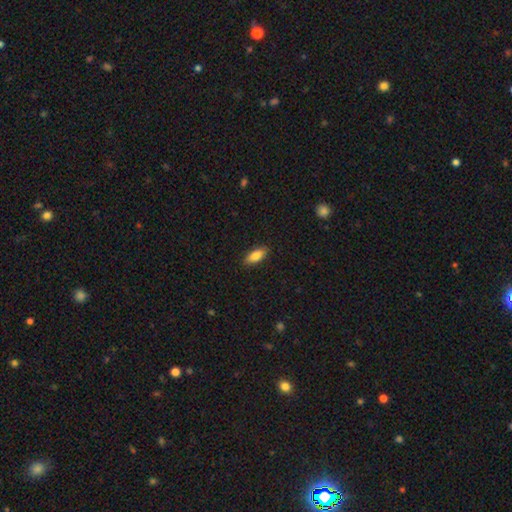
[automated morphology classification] smooth_or_featured: smooth (p=0.82) [alt: featured or disk p=0.11]
how_rounded: in between (p=0.79) [alt: cigar-shaped p=0.19]
merging: none (p=0.88) [alt: minor disturbance p=0.09]